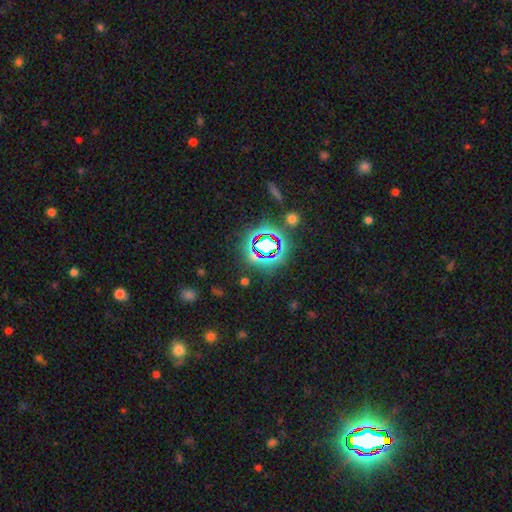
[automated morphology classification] A star or artifact, not a galaxy (72%).

Vote fractions:
- Smooth or featured? star or artifact: 72% / smooth: 18% / featured or disk: 10%